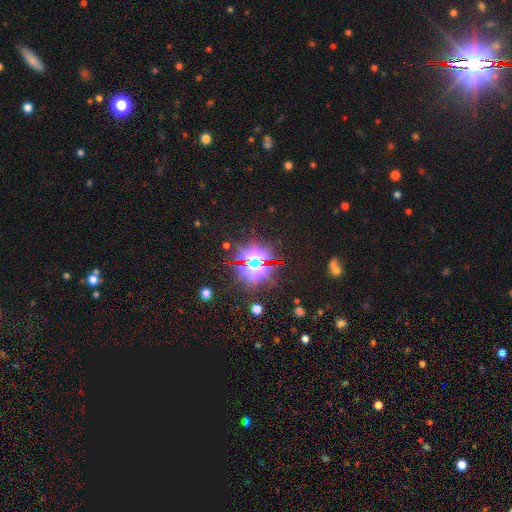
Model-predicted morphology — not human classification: The model was most divided on "smooth or featured": star or artifact: 77%, smooth: 13%, featured or disk: 10%.